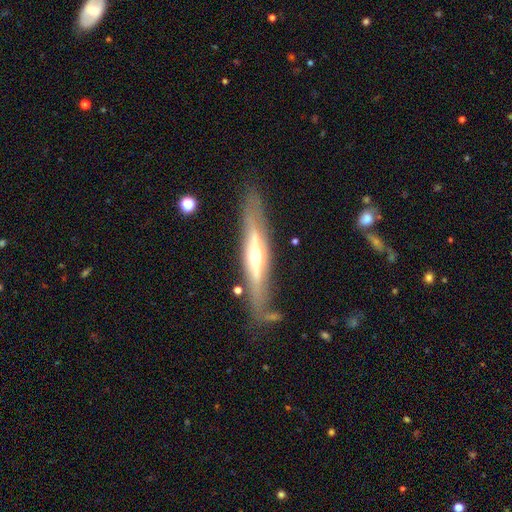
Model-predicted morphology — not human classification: Smooth or featured: featured or disk — 69% (smooth — 25%)
Edge-on disk: yes — 84% (no — 16%)
Edge-on bulge: rounded — 87% (none — 8%)
Merging: none — 77% (minor disturbance — 14%)